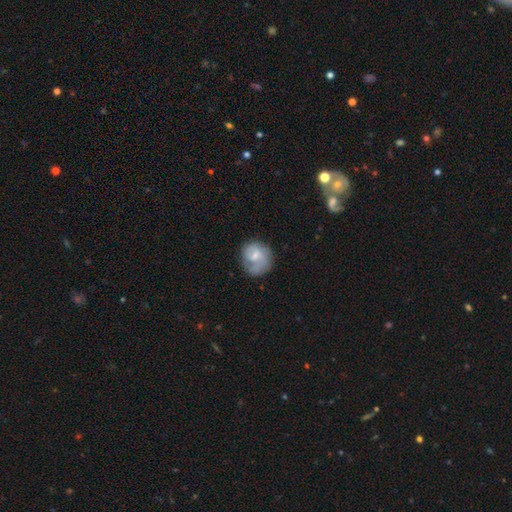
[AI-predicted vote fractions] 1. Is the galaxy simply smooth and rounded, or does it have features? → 50% smooth, 43% featured or disk, 7% star or artifact.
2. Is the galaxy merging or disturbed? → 60% none, 25% minor disturbance, 13% major disturbance, 2% merger.